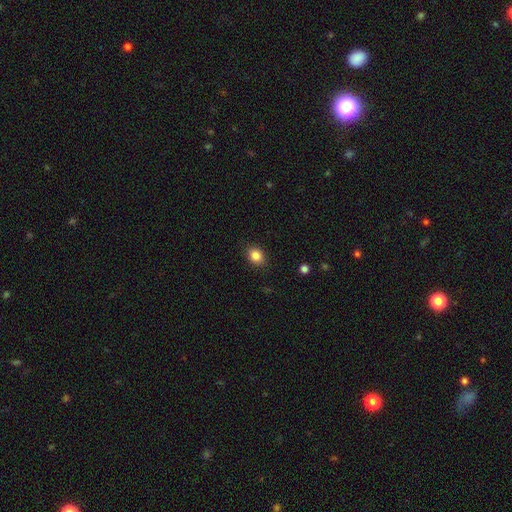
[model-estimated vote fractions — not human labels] smooth-or-featured: smooth: 85% | star or artifact: 10% | featured or disk: 5%
  how-rounded: round: 50% | in between: 49% | cigar-shaped: 1%
  merging: none: 88% | minor disturbance: 9% | major disturbance: 2% | merger: 1%